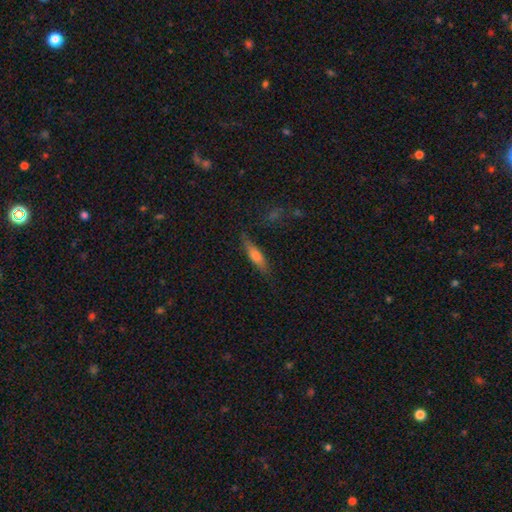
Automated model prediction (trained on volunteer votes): Overall: smooth (64%; featured or disk 29%). How rounded: cigar-shaped (67%; in between 31%). Merging: none (79%).